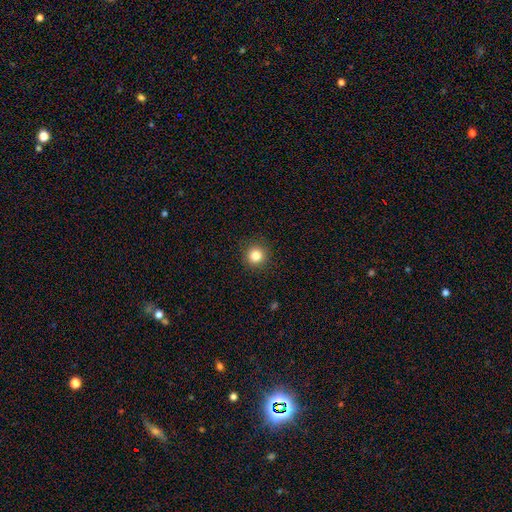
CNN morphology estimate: A smooth galaxy with no disk features (84%) that is round (94%). Merging: none (91%).